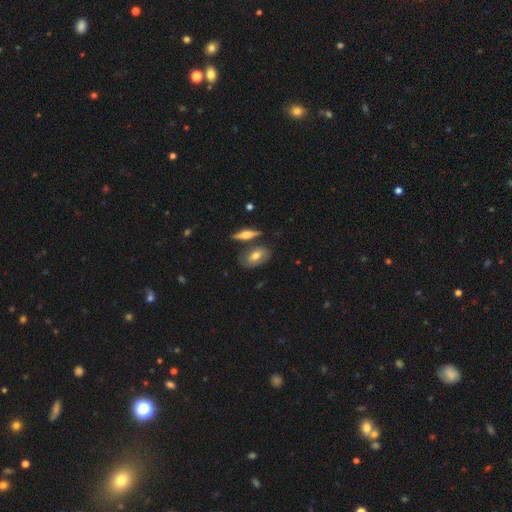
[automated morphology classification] type=smooth (61%); roundness=in between (87%); merging=none (67%).